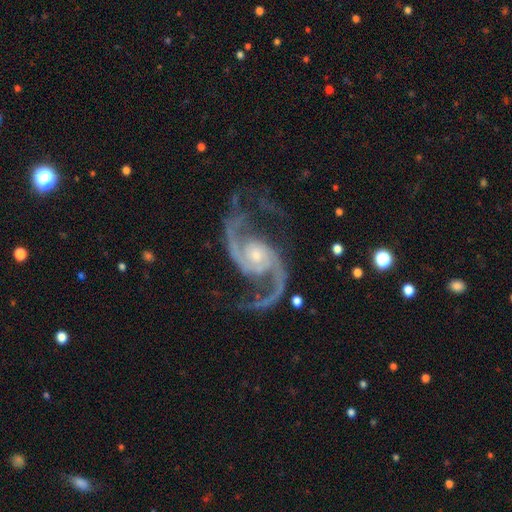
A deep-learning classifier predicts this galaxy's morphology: Smooth or featured? featured or disk (94%)
Edge-on disk? no (98%)
Bar? no (62%)
Spiral arms? yes (99%)
Spiral winding? medium (53%)
Spiral arm count? 2 (94%)
Bulge size? small (56%)
Merging? none (72%)